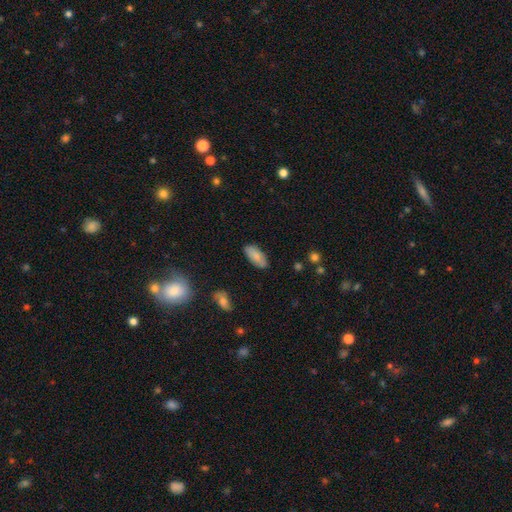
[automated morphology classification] This is clearly a smooth galaxy (83%). How rounded: clearly in between (88%). Merging: clearly none (85%).